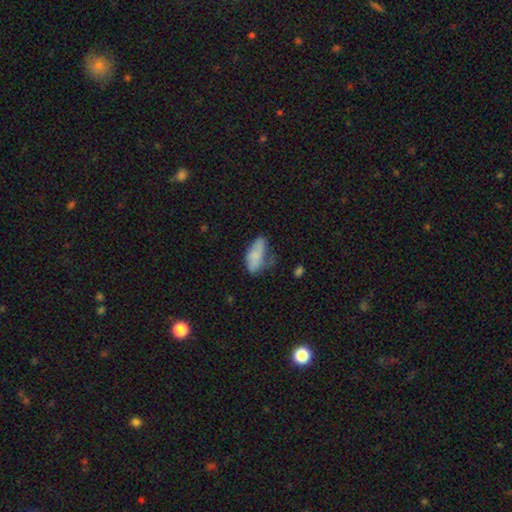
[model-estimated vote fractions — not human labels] smooth_or_featured: smooth (p=0.70) [alt: featured or disk p=0.21]
how_rounded: in between (p=0.87) [alt: cigar-shaped p=0.10]
merging: none (p=0.40) [alt: minor disturbance p=0.34]